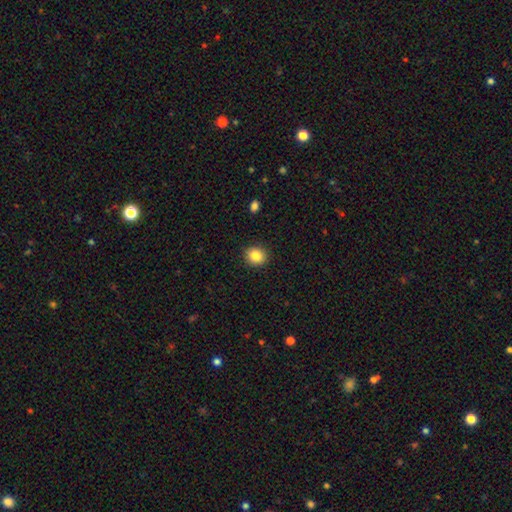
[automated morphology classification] Overall: smooth (85%). How rounded: round (77%). Merging: none (90%).